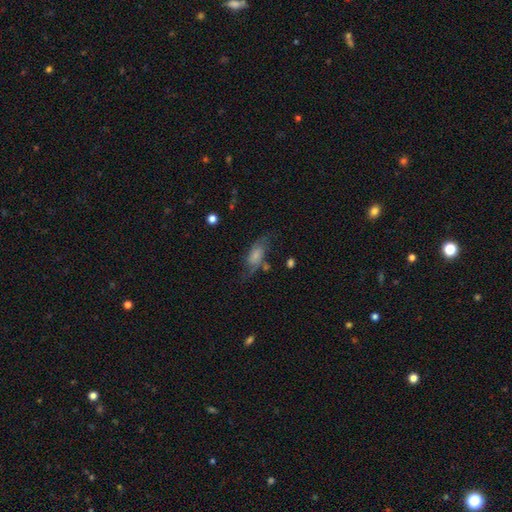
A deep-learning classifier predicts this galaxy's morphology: The model was most divided on "smooth or featured" (2-way tie): smooth: 45%, featured or disk: 45%, star or artifact: 10%. Remaining: merging — none (48%).